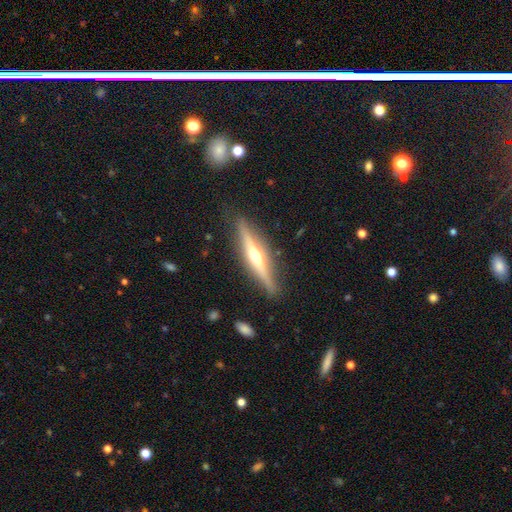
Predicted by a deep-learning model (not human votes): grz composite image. It shows a featured or disk galaxy (71%) viewed edge-on (96%) with a rounded central bulge (92%). Merging: none (86%).